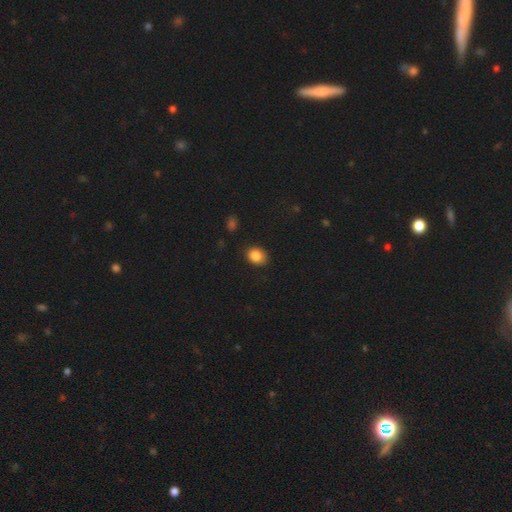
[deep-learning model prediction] Smooth or featured: smooth — 85% (star or artifact — 9%)
How rounded: in between — 51% (round — 48%)
Merging: none — 84% (minor disturbance — 12%)